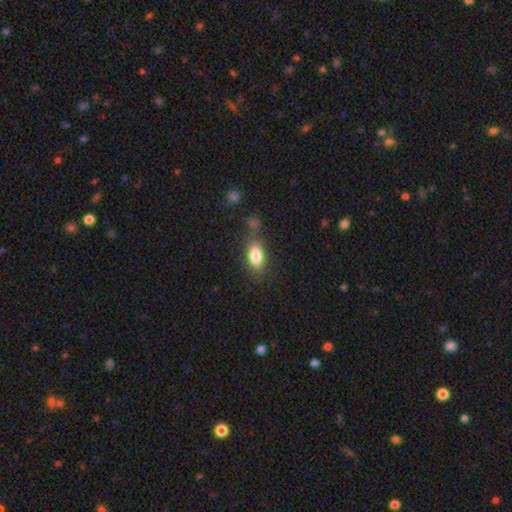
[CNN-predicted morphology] Smooth or featured?
  - smooth: 83% *
  - featured or disk: 9%
  - star or artifact: 8%
How rounded?
  - in between: 86% *
  - cigar-shaped: 7%
  - round: 7%
Merging?
  - none: 70% *
  - minor disturbance: 17%
  - merger: 7%
  - major disturbance: 6%